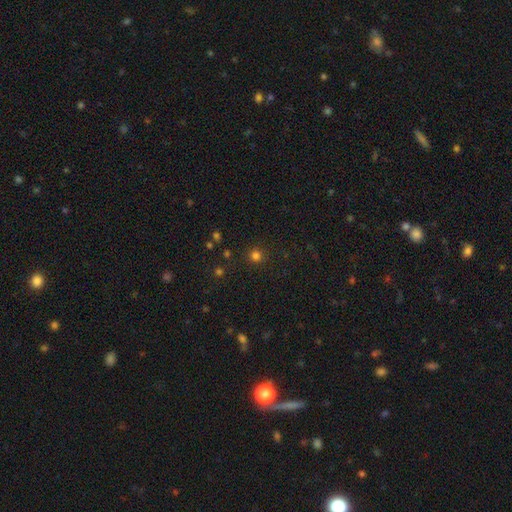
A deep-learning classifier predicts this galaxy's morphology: type=smooth (77%); roundness=round (93%); merging=none (89%).